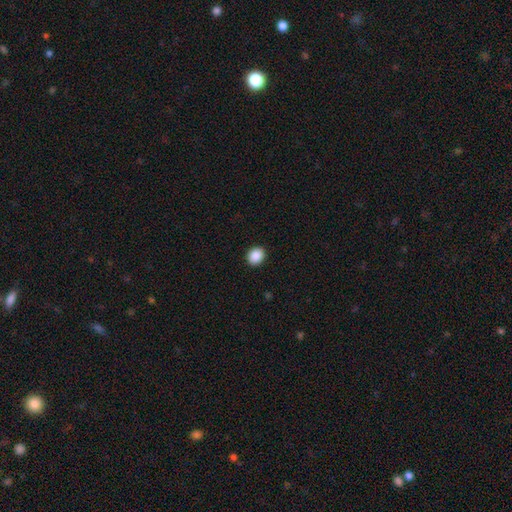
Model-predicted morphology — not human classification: Smooth or featured?
  - smooth: 89% *
  - star or artifact: 8%
  - featured or disk: 3%
How rounded?
  - round: 62% *
  - in between: 38%
  - cigar-shaped: 1%
Merging?
  - none: 92% *
  - minor disturbance: 6%
  - major disturbance: 2%
  - merger: 1%